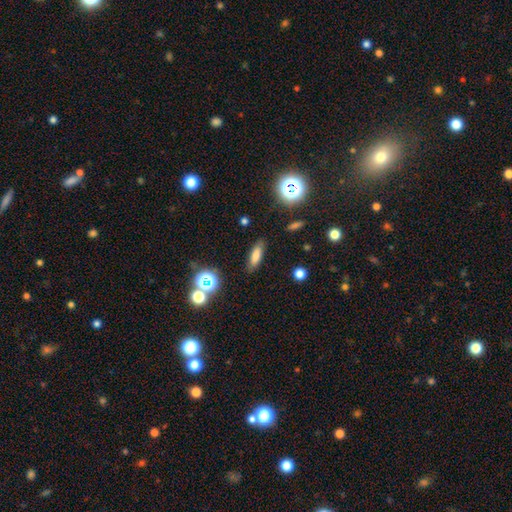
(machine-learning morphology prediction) Smooth or featured?
  - smooth: 75% *
  - star or artifact: 13%
  - featured or disk: 12%
How rounded?
  - in between: 53% *
  - cigar-shaped: 43%
  - round: 4%
Merging?
  - none: 83% *
  - minor disturbance: 11%
  - major disturbance: 3%
  - merger: 2%